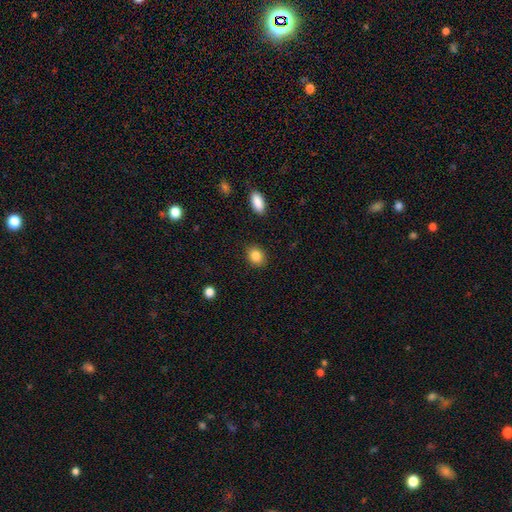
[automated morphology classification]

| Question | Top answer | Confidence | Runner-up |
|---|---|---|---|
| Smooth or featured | smooth | 86% | star or artifact (9%) |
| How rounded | round | 57% | in between (42%) |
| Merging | none | 89% | minor disturbance (7%) |